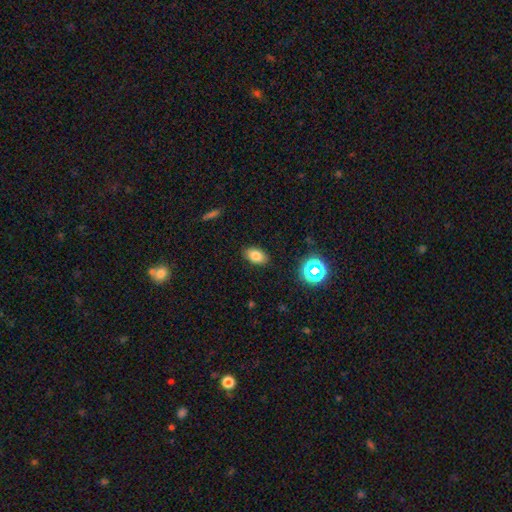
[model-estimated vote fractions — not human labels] The model was most divided on "smooth or featured": smooth: 79%, star or artifact: 13%, featured or disk: 8%. More confident: how rounded — in between (88%); merging — none (87%).